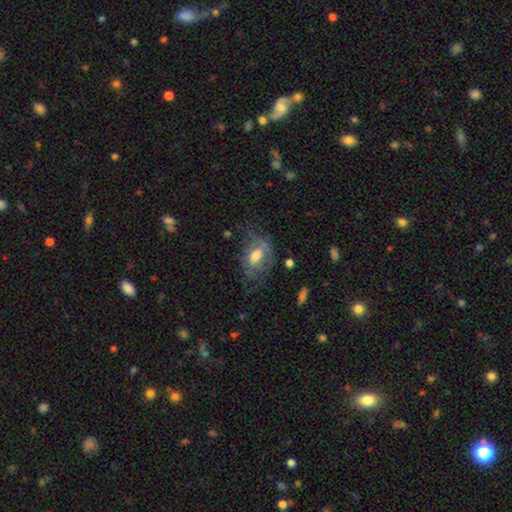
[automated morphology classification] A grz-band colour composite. It shows a featured or disk galaxy (47%). Merging: none (45%).